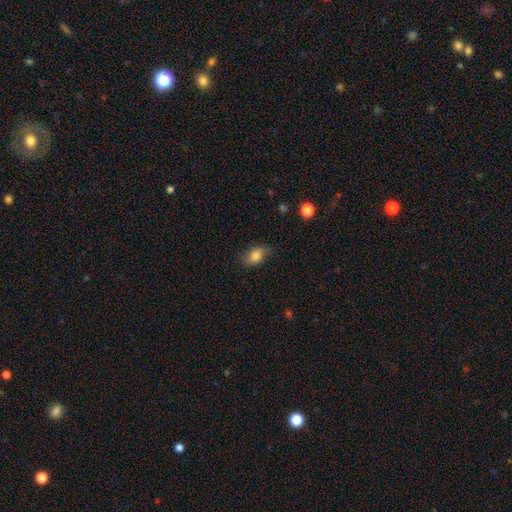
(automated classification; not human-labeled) A smooth galaxy with no disk features (75%) that is in between round and cigar-shaped (79%).

Vote fractions:
- Smooth or featured? smooth: 75% / featured or disk: 16% / star or artifact: 9%
- How rounded? in between: 79% / round: 19% / cigar-shaped: 2%
- Merging? none: 69% / minor disturbance: 23% / major disturbance: 7% / merger: 1%